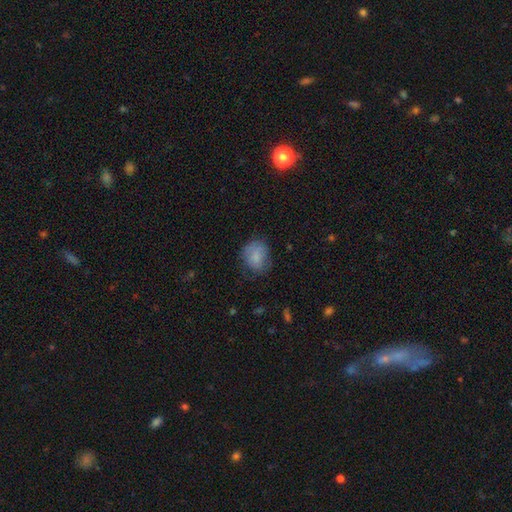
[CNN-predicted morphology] This appears to be a smooth galaxy with no disk features (79%) that is round (56%). Merging: none (62%).